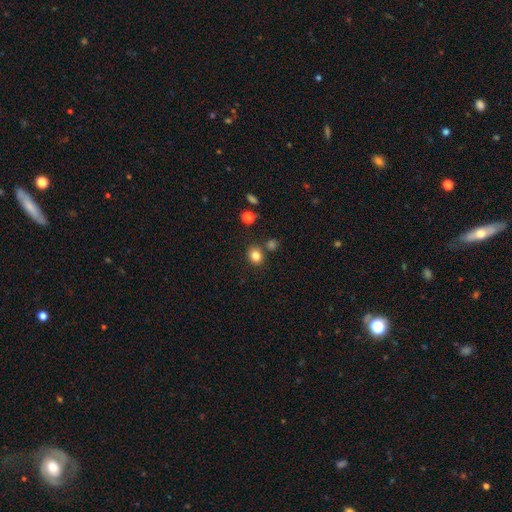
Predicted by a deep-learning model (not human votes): Smooth or featured: smooth — 82% (star or artifact — 12%)
How rounded: round — 65% (in between — 34%)
Merging: none — 78% (minor disturbance — 10%)